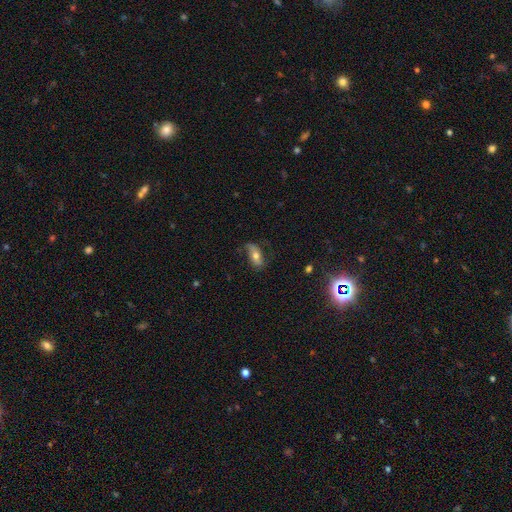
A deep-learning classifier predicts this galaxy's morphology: Smooth or featured? Predicted: smooth (p=0.54). How rounded? Predicted: in between (p=0.83). Merging? Predicted: none (p=0.63).